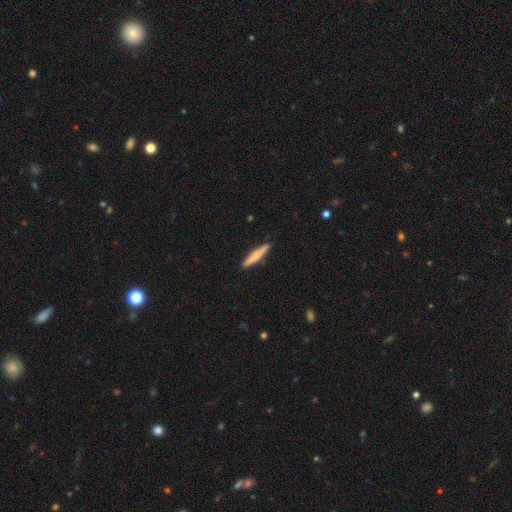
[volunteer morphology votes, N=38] Overall: smooth (55%; featured or disk 37%). How rounded: cigar-shaped (100%). Merging: none (86%).